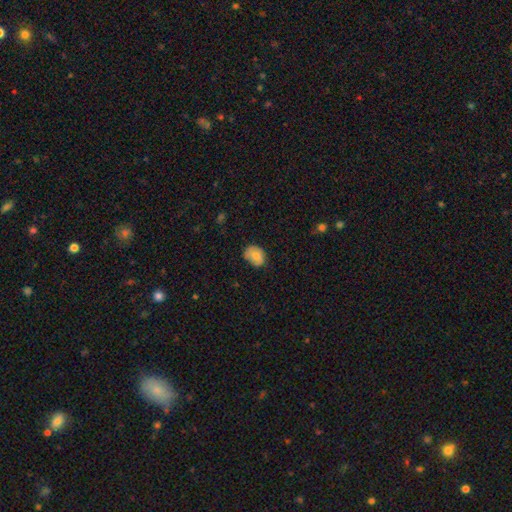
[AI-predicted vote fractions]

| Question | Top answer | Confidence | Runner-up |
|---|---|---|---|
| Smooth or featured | smooth | 73% | featured or disk (19%) |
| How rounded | in between | 61% | round (38%) |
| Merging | none | 62% | minor disturbance (31%) |